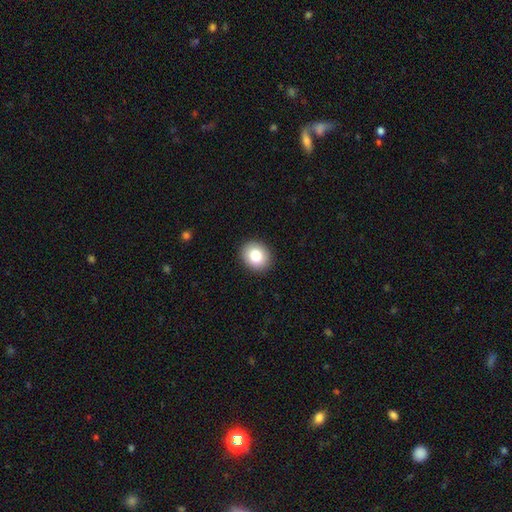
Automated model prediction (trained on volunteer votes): The model was most divided on "how rounded": round: 64%, in between: 35%, cigar-shaped: 1%. More confident: merging — none (91%); smooth or featured — smooth (82%).